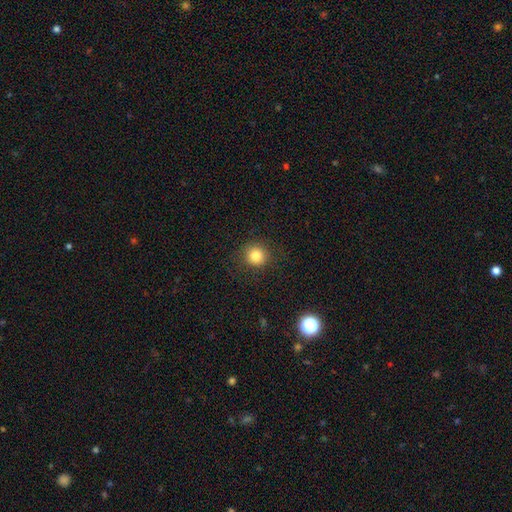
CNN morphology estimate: smooth-or-featured: smooth: 83% | star or artifact: 12% | featured or disk: 5%
  how-rounded: round: 92% | in between: 7% | cigar-shaped: 1%
  merging: none: 88% | minor disturbance: 8% | major disturbance: 3% | merger: 1%